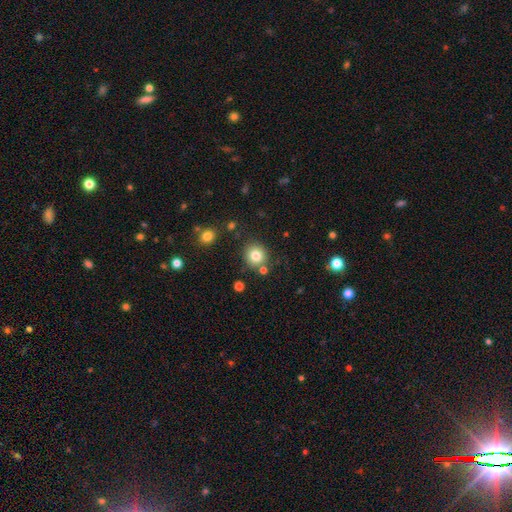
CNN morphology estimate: type=smooth (81%); roundness=round (87%); merging=none (80%).